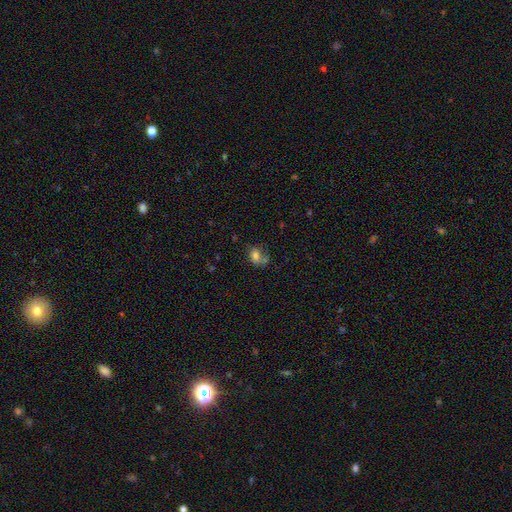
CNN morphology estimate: Smooth or featured: smooth — 74% (featured or disk — 13%)
How rounded: in between — 72% (round — 26%)
Merging: none — 41% (merger — 26%)